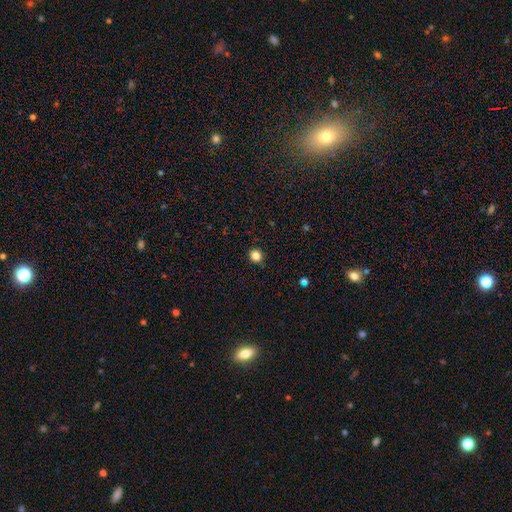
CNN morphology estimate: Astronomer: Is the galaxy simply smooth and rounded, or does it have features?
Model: smooth — 83%.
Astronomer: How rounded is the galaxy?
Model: round — 86%.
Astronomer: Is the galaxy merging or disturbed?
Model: none — 89%.